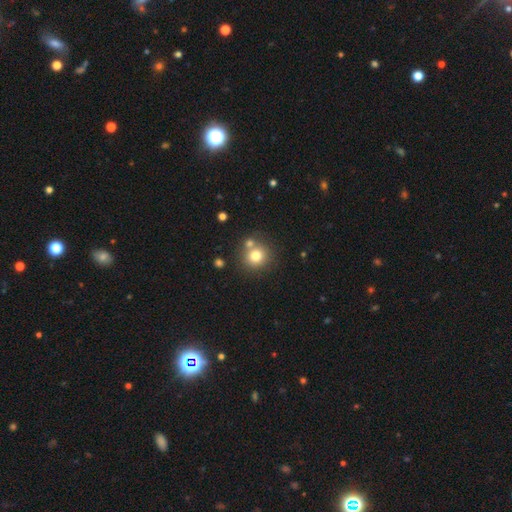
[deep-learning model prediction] A smooth galaxy with no disk features (77%) that is round (90%). Merging: none (68%).